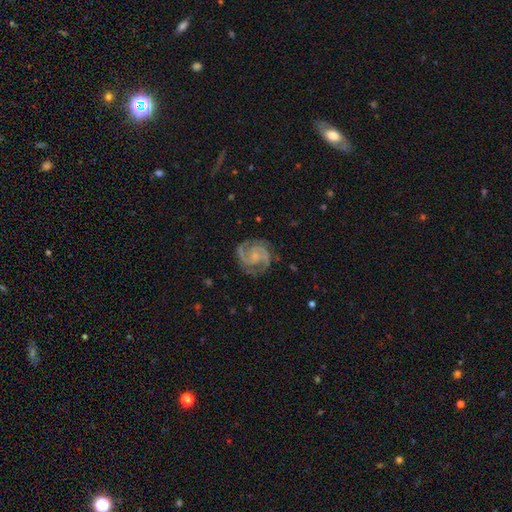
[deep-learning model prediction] This is clearly a featured or disk galaxy (91%). It is clearly not viewed edge-on (98%). Bar: possibly no (59%). Spiral arm pattern: clearly yes (98%). Spiral arm count: likely 2 (79%). Spiral winding: possibly tight (47%). Central bulge: likely small (64%). Merging: likely none (79%).